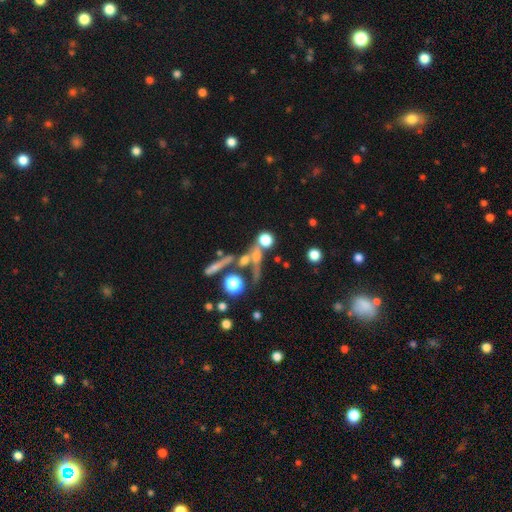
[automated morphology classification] type=featured or disk (40%); merging=none (45%).